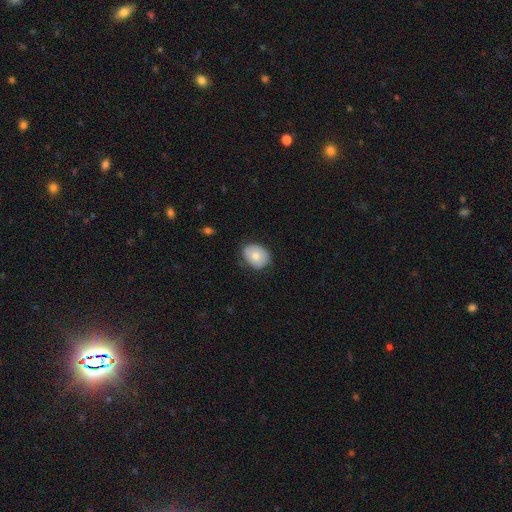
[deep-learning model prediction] A smooth galaxy with no disk features (72%) that is in between round and cigar-shaped (55%).

Vote fractions:
- Smooth or featured? smooth: 72% / featured or disk: 21% / star or artifact: 7%
- How rounded? in between: 55% / round: 44% / cigar-shaped: 1%
- Merging? none: 75% / minor disturbance: 20% / major disturbance: 4% / merger: 1%